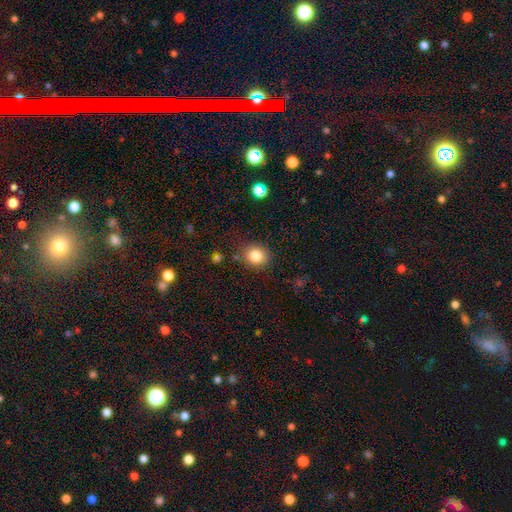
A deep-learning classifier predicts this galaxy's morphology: Smooth or featured: smooth — 84% (star or artifact — 10%)
How rounded: round — 75% (in between — 24%)
Merging: none — 83% (minor disturbance — 11%)